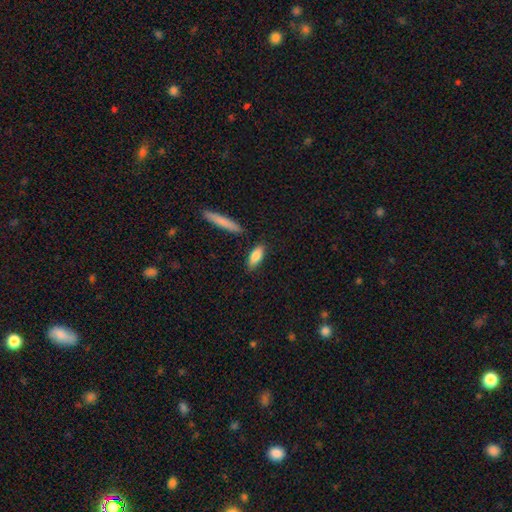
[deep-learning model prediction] Overall: smooth (82%). How rounded: in between (64%; cigar-shaped 33%). Merging: none (81%).